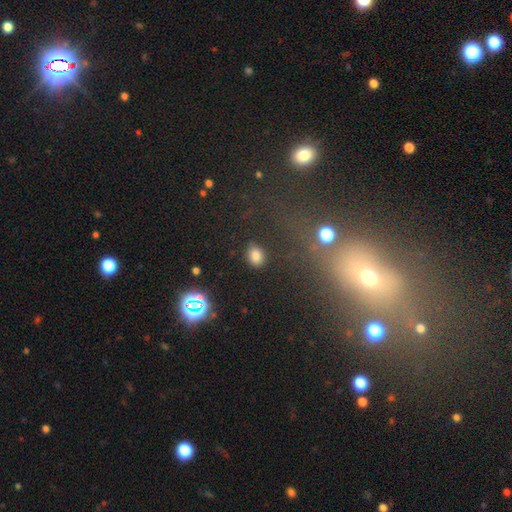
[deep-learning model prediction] Smooth or featured? smooth (80%)
How rounded? in between (58%)
Merging? none (85%)